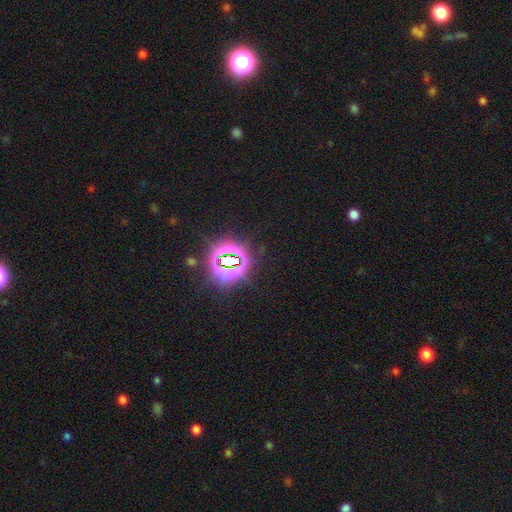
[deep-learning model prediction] star or artifact 84%, smooth 10%, featured or disk 6%.